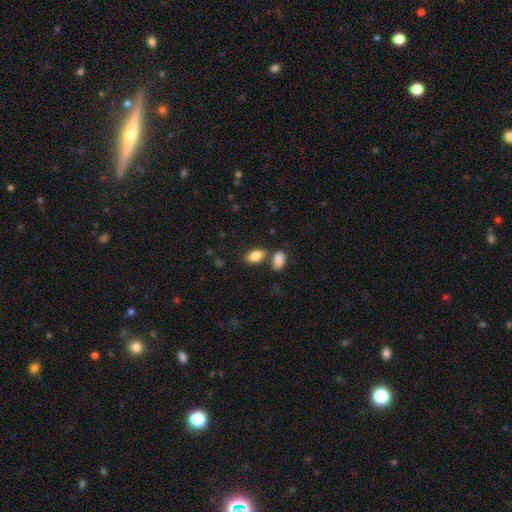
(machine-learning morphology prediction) This is clearly a smooth galaxy (86%). How rounded: clearly in between (92%). Merging: likely none (68%).